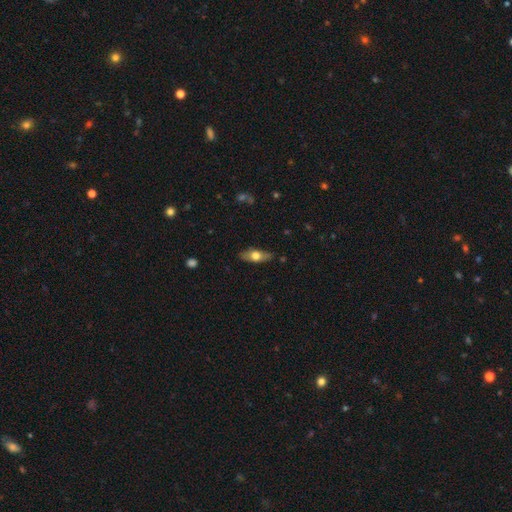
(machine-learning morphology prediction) The model was most divided on "smooth or featured": smooth: 57%, featured or disk: 37%, star or artifact: 6%. More confident: merging — none (82%); how rounded — in between (68%).